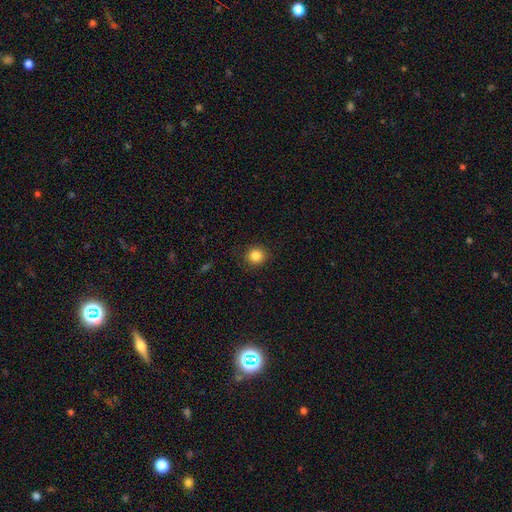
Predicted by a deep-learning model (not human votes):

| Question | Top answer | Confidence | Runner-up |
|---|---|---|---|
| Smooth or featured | smooth | 85% | star or artifact (10%) |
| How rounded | round | 90% | in between (9%) |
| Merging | none | 90% | minor disturbance (7%) |